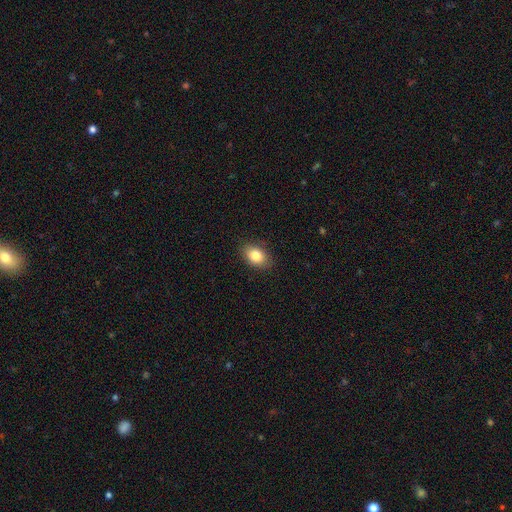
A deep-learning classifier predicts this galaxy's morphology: Smooth or featured? Predicted: smooth (p=0.84). How rounded? Predicted: in between (p=0.82). Merging? Predicted: none (p=0.86).